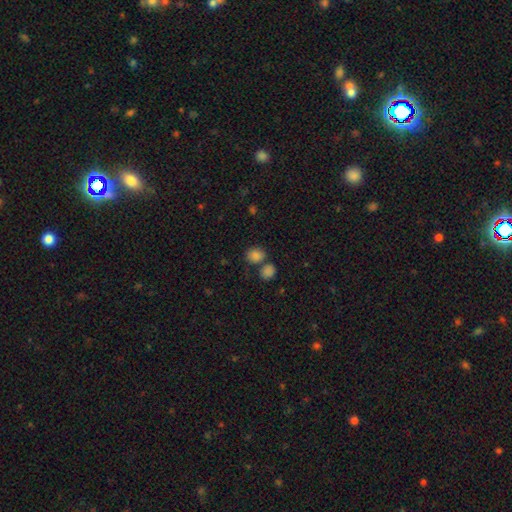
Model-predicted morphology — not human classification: Overall: smooth (83%). How rounded: round (63%; in between 36%). Merging: none (59%; merger 27%).